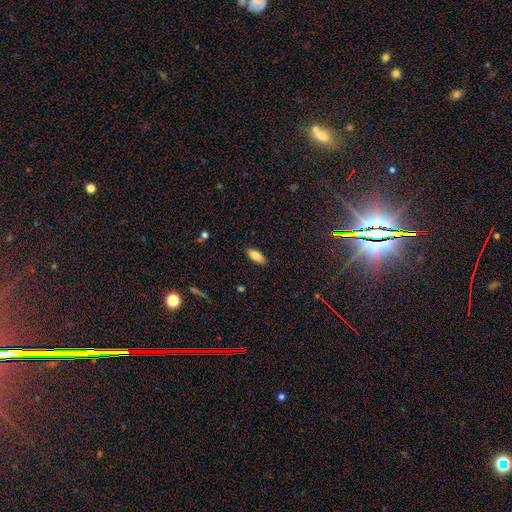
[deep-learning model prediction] smooth_or_featured: smooth (p=0.85) [alt: featured or disk p=0.08]
how_rounded: in between (p=0.83) [alt: cigar-shaped p=0.15]
merging: none (p=0.88) [alt: minor disturbance p=0.09]